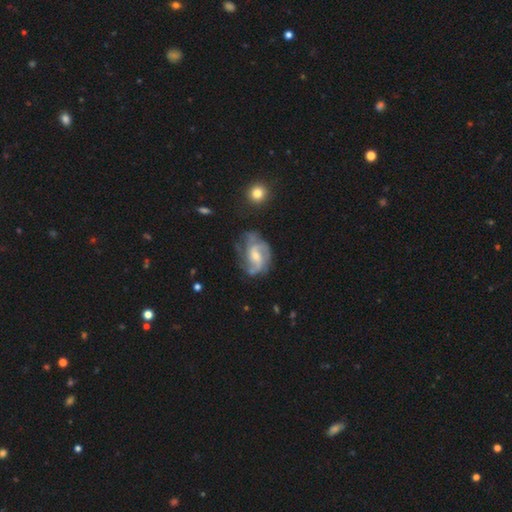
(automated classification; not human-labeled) This appears to be a featured or disk galaxy (86%) with no bar (45%), 2 (50%) medium (49%) spiral arms (95%) and a small central bulge (56%). Merging: none (53%).